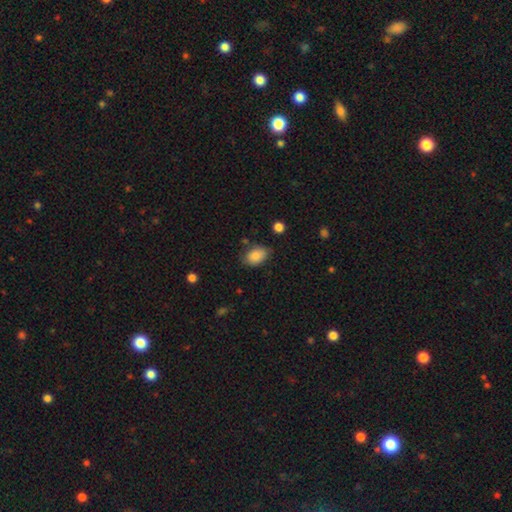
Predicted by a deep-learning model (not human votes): smooth-or-featured: smooth: 87% | star or artifact: 8% | featured or disk: 6%
  how-rounded: in between: 85% | round: 14% | cigar-shaped: 1%
  merging: none: 74% | minor disturbance: 19% | major disturbance: 4% | merger: 3%